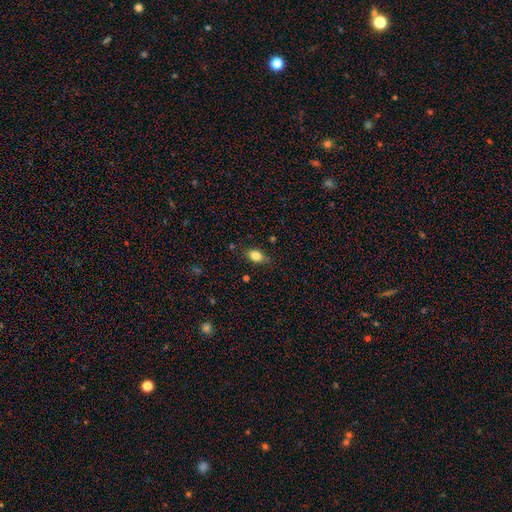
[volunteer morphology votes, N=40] smooth_or_featured: smooth (p=0.90) [alt: star or artifact p=0.07]
how_rounded: in between (p=0.83) [alt: round p=0.17]
merging: none (p=0.78) [alt: minor disturbance p=0.19]